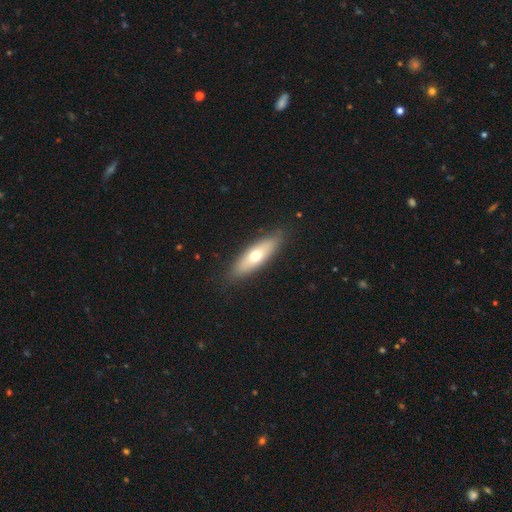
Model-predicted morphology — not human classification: Smooth or featured? smooth (60%)
How rounded? in between (51%)
Merging? none (86%)